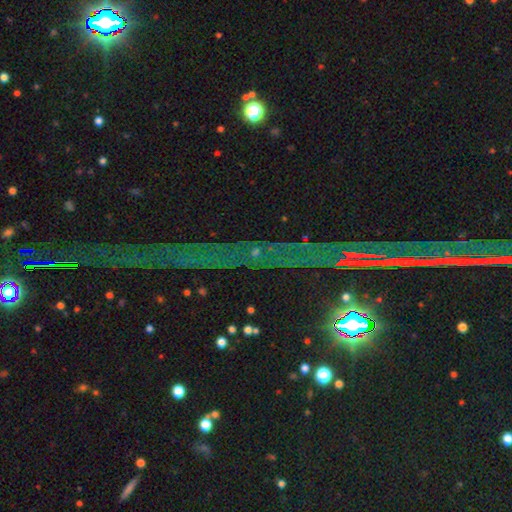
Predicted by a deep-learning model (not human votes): Smooth or featured? star or artifact (84%)